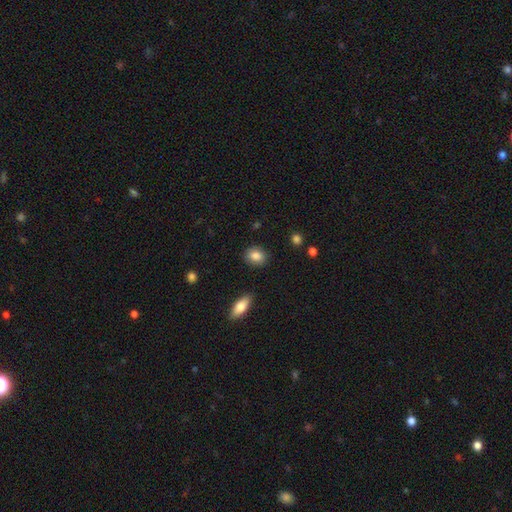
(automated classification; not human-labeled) This appears to be a smooth galaxy with no disk features (86%) that is in between round and cigar-shaped (51%). Merging: none (86%).